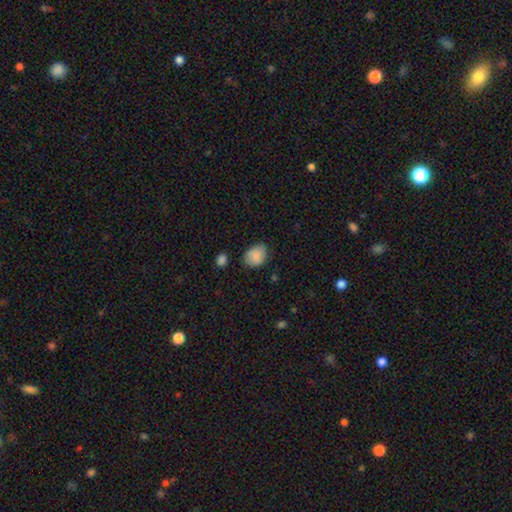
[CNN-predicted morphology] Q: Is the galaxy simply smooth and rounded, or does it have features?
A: smooth — 87%.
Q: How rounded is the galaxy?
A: in between — 66%.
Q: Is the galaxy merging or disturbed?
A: none — 70%.